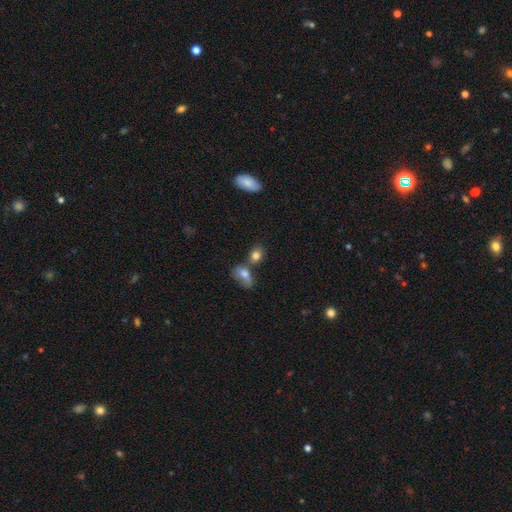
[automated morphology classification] A smooth galaxy with no disk features (80%) that is in between round and cigar-shaped (60%). Merging: none (47%).